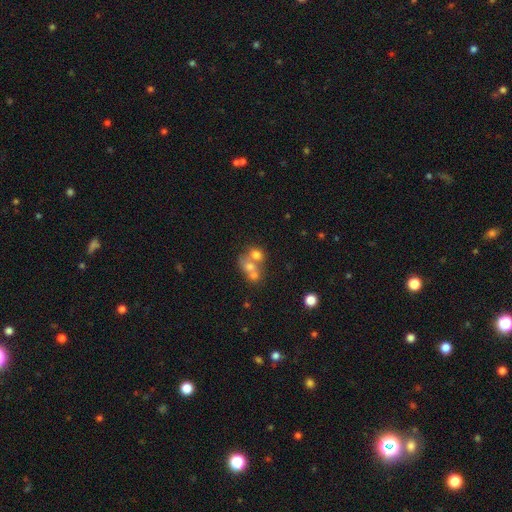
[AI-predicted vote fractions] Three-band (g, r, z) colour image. It shows a smooth galaxy with no disk features (62%) that is round (56%). Merging: merger (63%).